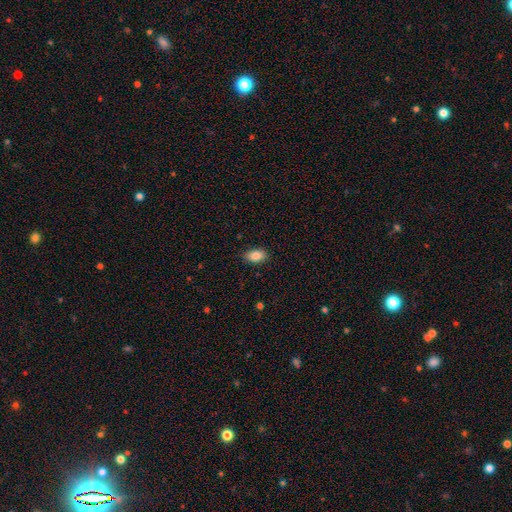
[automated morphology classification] A smooth galaxy with no disk features (87%) that is in between round and cigar-shaped (91%).

Vote fractions:
- Smooth or featured? smooth: 87% / star or artifact: 8% / featured or disk: 5%
- How rounded? in between: 91% / round: 7% / cigar-shaped: 2%
- Merging? none: 87% / minor disturbance: 10% / major disturbance: 2% / merger: 1%